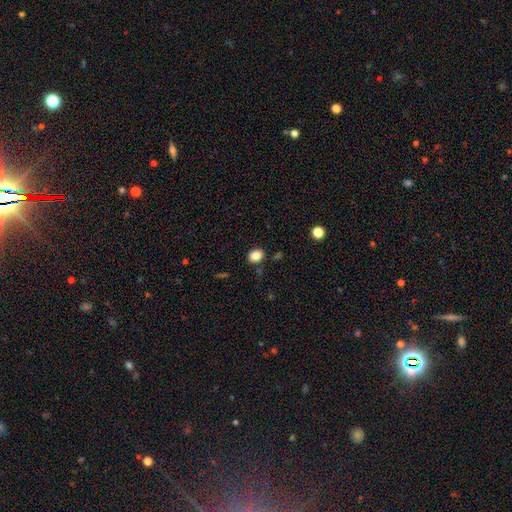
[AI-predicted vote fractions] Smooth or featured? Predicted: smooth (p=0.84). How rounded? Predicted: in between (p=0.53). Merging? Predicted: none (p=0.85).